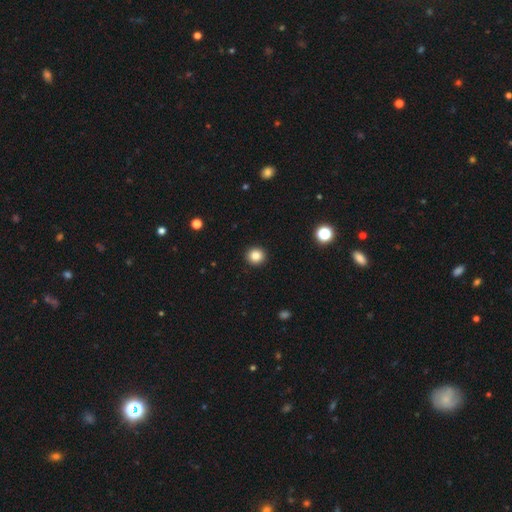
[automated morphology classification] type=smooth (85%); roundness=round (92%); merging=none (93%).